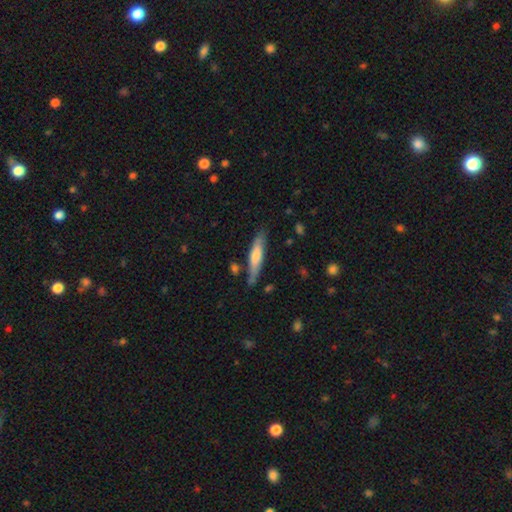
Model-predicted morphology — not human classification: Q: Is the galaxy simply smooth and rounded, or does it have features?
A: smooth — 60%.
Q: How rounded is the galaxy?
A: cigar-shaped — 85%.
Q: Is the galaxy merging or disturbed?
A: none — 77%.